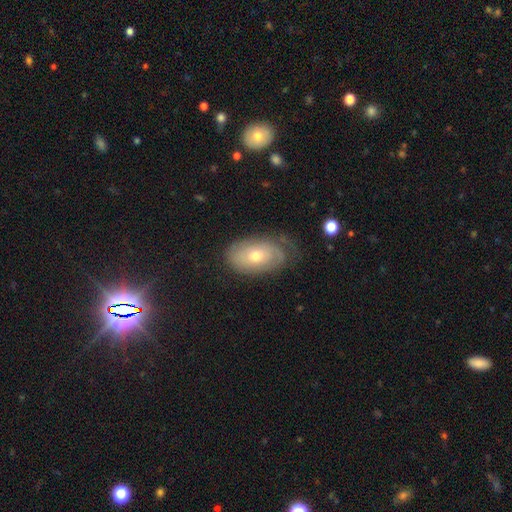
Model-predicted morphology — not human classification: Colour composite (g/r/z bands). It shows a featured or disk galaxy (53%). Merging: none (61%).